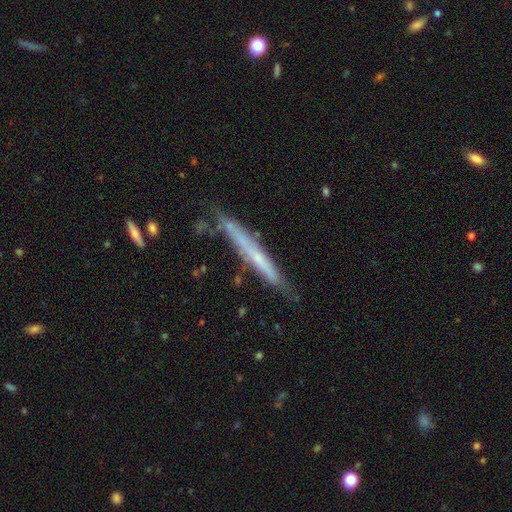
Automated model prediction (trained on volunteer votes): Smooth or featured? featured or disk (54%)
Edge-on disk? yes (91%)
Merging? none (75%)